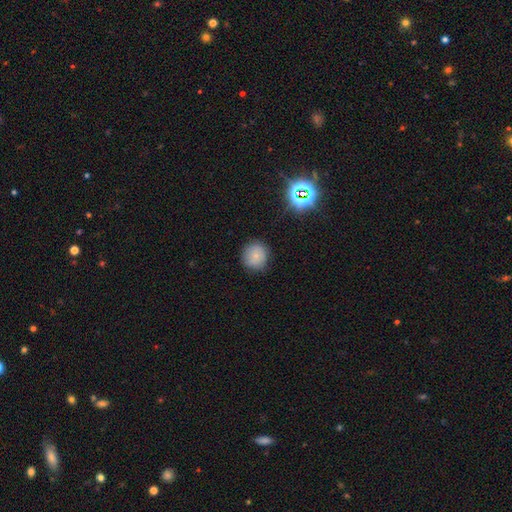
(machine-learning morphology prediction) Smooth or featured: smooth — 78% (star or artifact — 12%)
How rounded: round — 88% (in between — 11%)
Merging: none — 83% (minor disturbance — 13%)